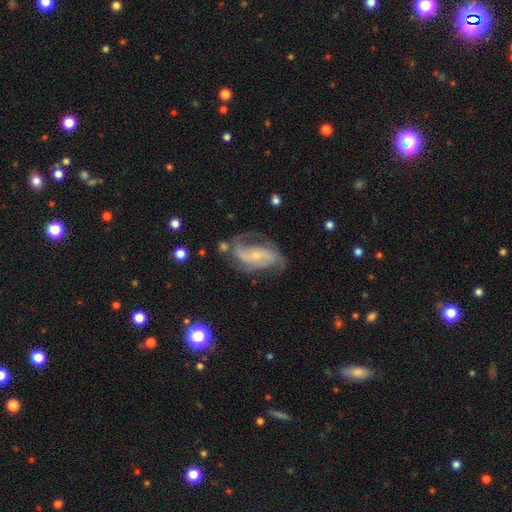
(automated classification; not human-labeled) smooth-or-featured: featured or disk: 82% | smooth: 11% | star or artifact: 7%
  disk-edge-on: no: 96% | yes: 4%
    bar: no: 48% | weak: 33% | strong: 19%
    has-spiral-arms: yes: 93% | no: 7%
      spiral-winding: medium: 46% | loose: 29% | tight: 25%
      spiral-arm-count: 2: 68% | can't tell: 13% | 3: 10% | 1: 5% | 4: 3% | more than 4: 2%
    bulge-size: small: 73% | moderate: 22% | none: 3% | large: 2% | dominant: 1%
  merging: none: 57% | minor disturbance: 22% | major disturbance: 17% | merger: 3%